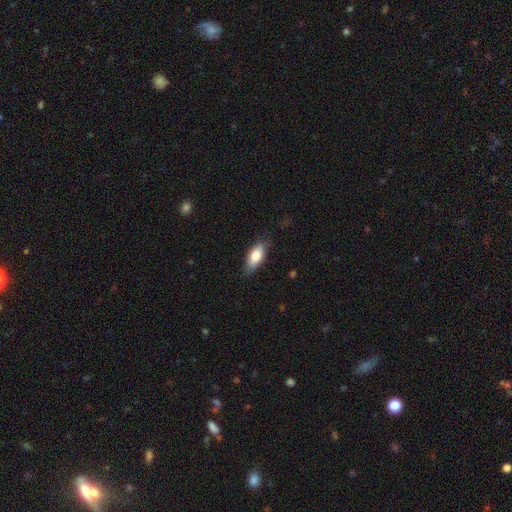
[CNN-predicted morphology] A smooth galaxy with no disk features (78%) that is in between round and cigar-shaped (81%). Merging: none (78%).